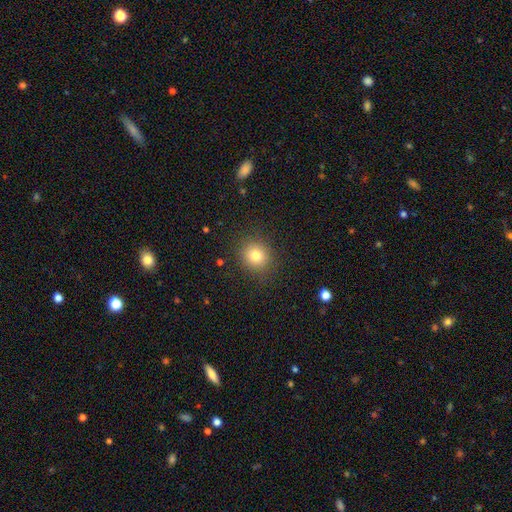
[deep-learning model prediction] Q: Smooth or featured?
A: smooth (79%); runner-up: star or artifact (13%)
Q: How rounded?
A: round (85%); runner-up: in between (15%)
Q: Merging?
A: none (87%); runner-up: minor disturbance (8%)